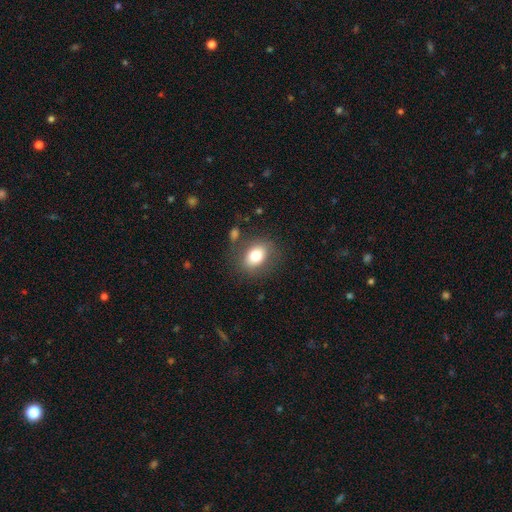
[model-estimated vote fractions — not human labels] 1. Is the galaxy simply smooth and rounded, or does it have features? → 77% smooth, 14% featured or disk, 9% star or artifact.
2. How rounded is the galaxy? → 67% in between, 31% round, 1% cigar-shaped.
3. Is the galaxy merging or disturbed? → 78% none, 13% minor disturbance, 5% major disturbance, 4% merger.